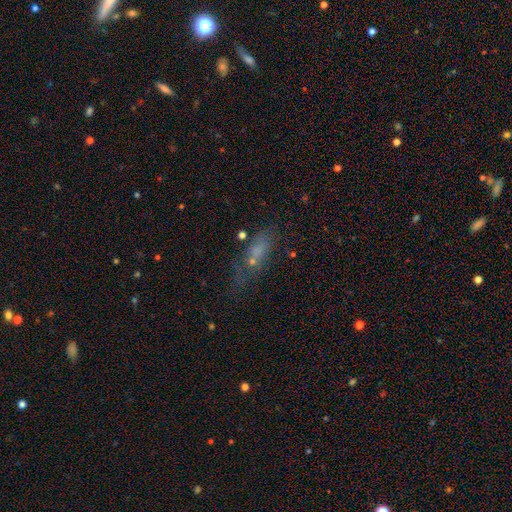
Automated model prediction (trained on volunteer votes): smooth_or_featured: smooth (p=0.49) [alt: star or artifact p=0.27]
merging: none (p=0.53) [alt: minor disturbance p=0.21]